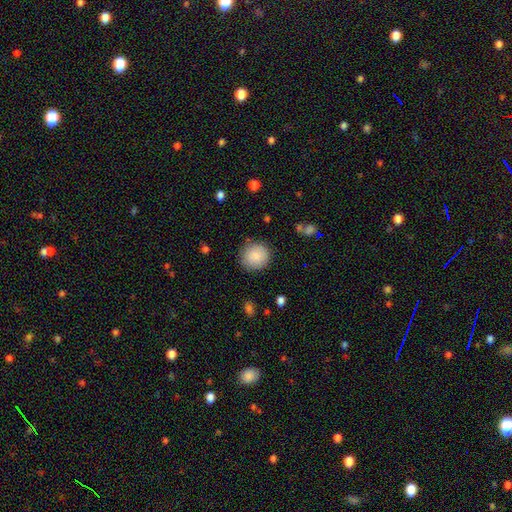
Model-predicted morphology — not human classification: type=smooth (87%); roundness=round (91%); merging=none (87%).